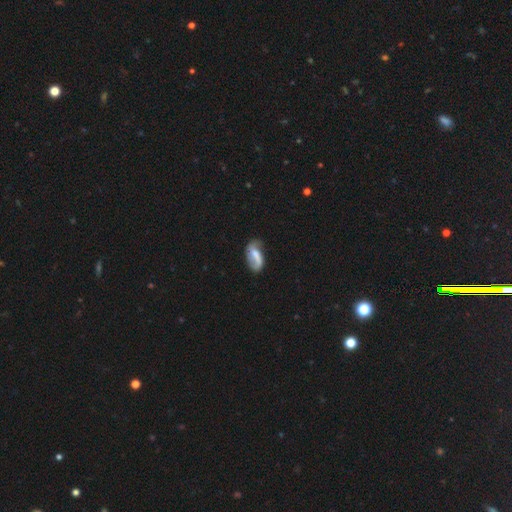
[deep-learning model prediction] featured or disk 60%, smooth 33%, star or artifact 7%. Down the decision tree: edge-on disk — no (95%); bar — weak (43%); spiral arms — yes (85%); bulge size — moderate (33%); merging — none (55%).